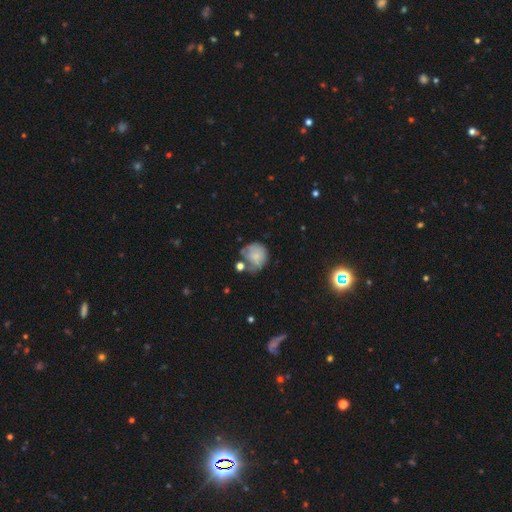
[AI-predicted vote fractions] Smooth or featured: smooth — 68% (featured or disk — 22%)
How rounded: round — 78% (in between — 21%)
Merging: none — 36% (minor disturbance — 32%)